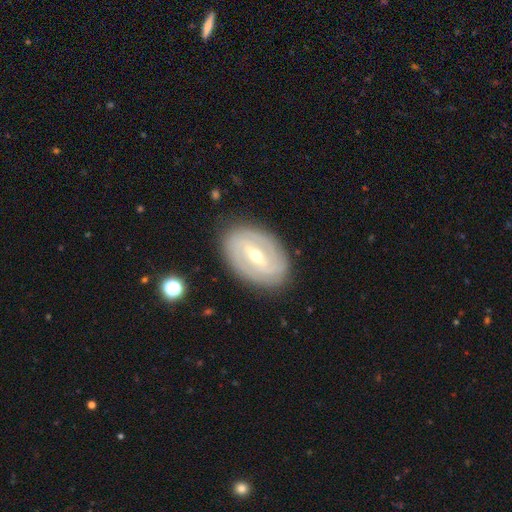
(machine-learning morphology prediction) Smooth or featured?
  - featured or disk: 83% *
  - smooth: 11%
  - star or artifact: 5%
Edge-on disk?
  - no: 95% *
  - yes: 5%
Bar?
  - weak: 44% *
  - strong: 42%
  - no: 13%
Spiral arms?
  - yes: 89% *
  - no: 11%
Spiral winding?
  - tight: 69% *
  - medium: 24%
  - loose: 7%
Spiral arm count?
  - 2: 48% *
  - can't tell: 26%
  - 3: 14%
  - 4: 5%
  - 1: 3%
  - more than 4: 3%
Bulge size?
  - moderate: 56% *
  - small: 41%
  - large: 2%
  - none: 1%
  - dominant: 1%
Merging?
  - none: 83% *
  - minor disturbance: 12%
  - major disturbance: 3%
  - merger: 1%